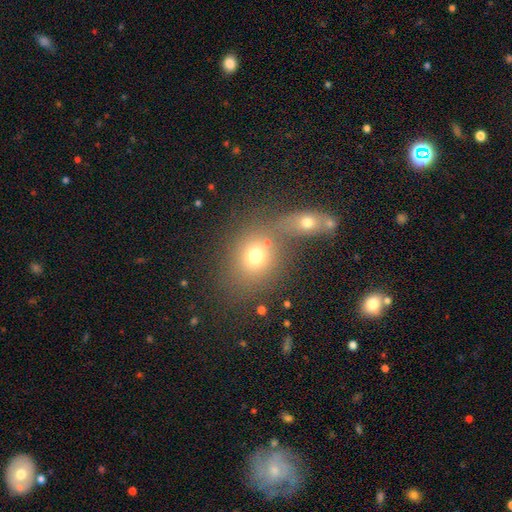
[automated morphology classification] Smooth or featured? smooth (70%)
How rounded? round (62%)
Merging? none (43%)